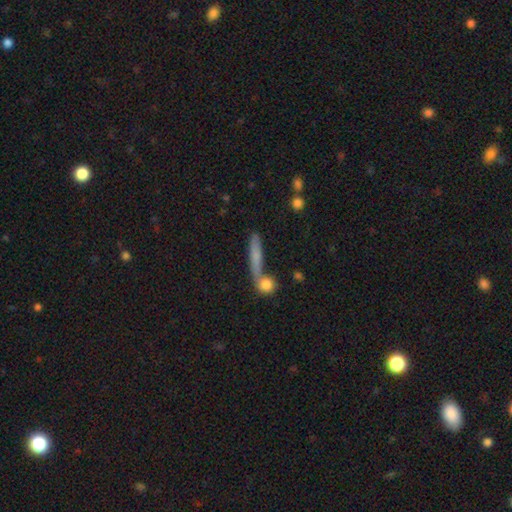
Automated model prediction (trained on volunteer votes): Overall: smooth (66%). How rounded: cigar-shaped (79%). Merging: none (56%; merger 26%).